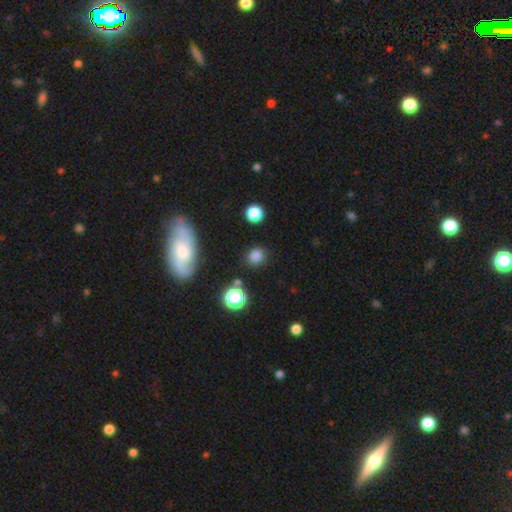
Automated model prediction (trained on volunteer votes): smooth 79%, star or artifact 16%, featured or disk 5%. Down the decision tree: how rounded — round (82%); merging — none (83%).